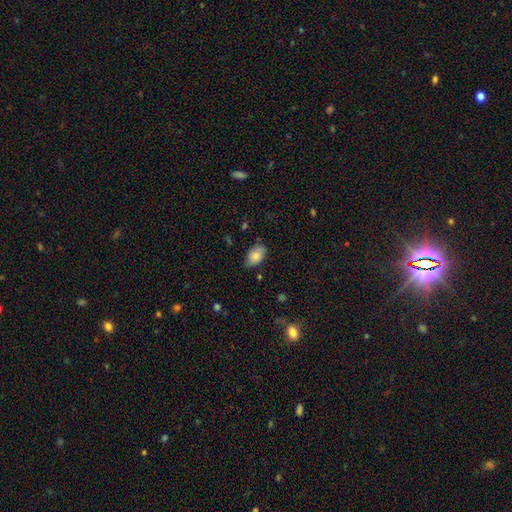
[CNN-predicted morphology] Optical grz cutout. It shows a smooth galaxy with no disk features (84%) that is in between round and cigar-shaped (91%). Merging: none (78%).